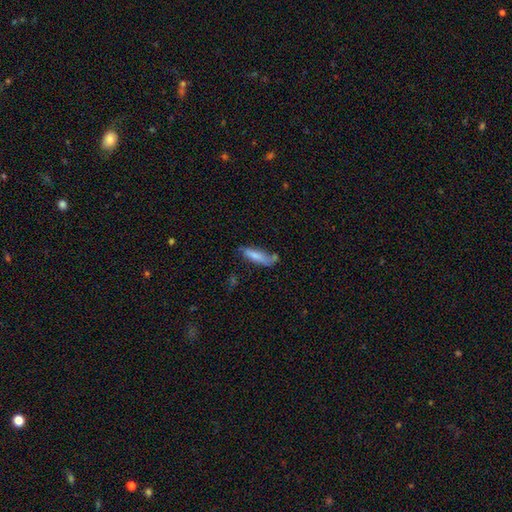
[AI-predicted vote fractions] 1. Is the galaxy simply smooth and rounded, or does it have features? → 70% smooth, 23% featured or disk, 7% star or artifact.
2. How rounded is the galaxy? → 60% cigar-shaped, 38% in between, 2% round.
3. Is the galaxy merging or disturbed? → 48% none, 27% minor disturbance, 13% merger, 11% major disturbance.